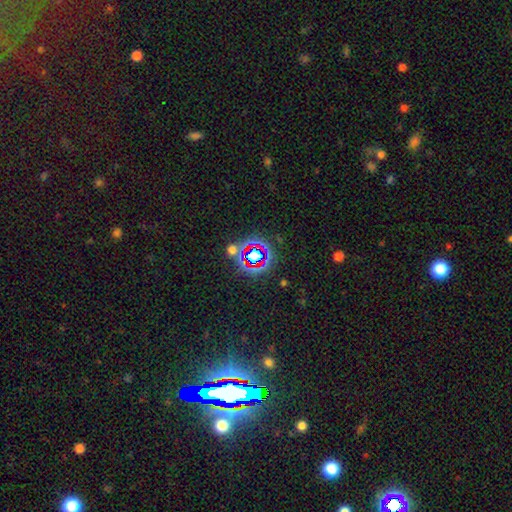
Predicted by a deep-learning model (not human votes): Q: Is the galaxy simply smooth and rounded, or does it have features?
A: star or artifact — 64%.